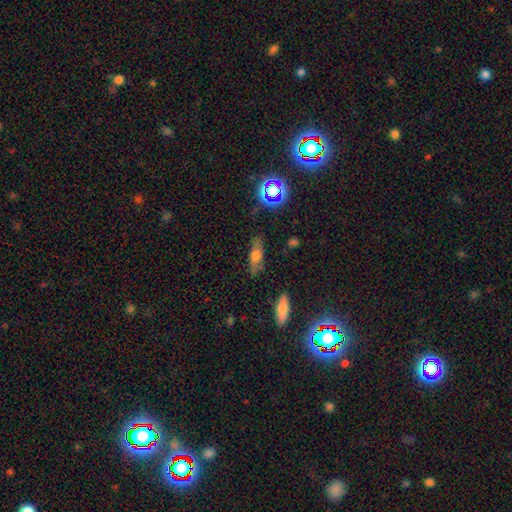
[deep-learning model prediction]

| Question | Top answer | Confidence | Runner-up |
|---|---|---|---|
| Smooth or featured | smooth | 55% | featured or disk (32%) |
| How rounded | in between | 57% | cigar-shaped (36%) |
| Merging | none | 75% | minor disturbance (17%) |